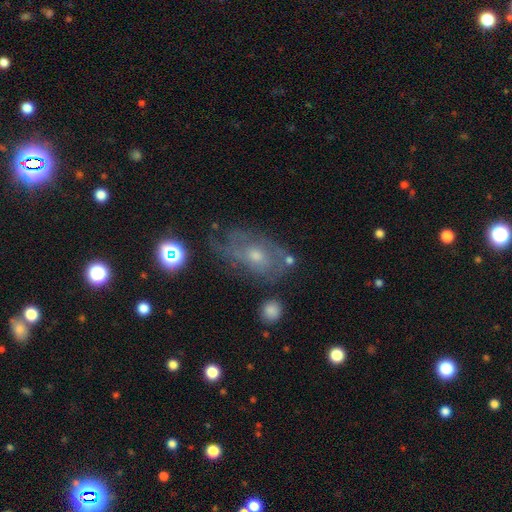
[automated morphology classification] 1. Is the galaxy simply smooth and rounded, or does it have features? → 58% featured or disk, 22% smooth, 20% star or artifact.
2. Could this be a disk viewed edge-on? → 90% no, 10% yes.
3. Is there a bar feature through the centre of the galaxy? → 74% no, 21% weak, 5% strong.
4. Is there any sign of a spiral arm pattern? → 76% yes, 24% no.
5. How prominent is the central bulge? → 50% small, 45% moderate, 2% large, 2% none, 1% dominant.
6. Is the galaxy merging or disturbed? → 68% none, 18% minor disturbance, 9% major disturbance, 5% merger.